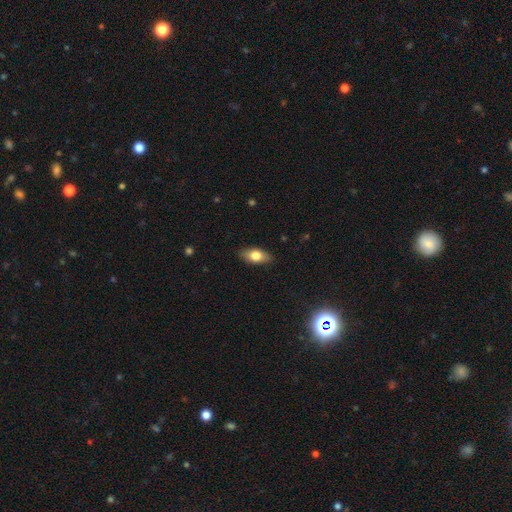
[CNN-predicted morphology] smooth-or-featured: smooth: 74% | featured or disk: 19% | star or artifact: 7%
  how-rounded: in between: 86% | cigar-shaped: 8% | round: 6%
  merging: none: 86% | minor disturbance: 11% | major disturbance: 2% | merger: 1%